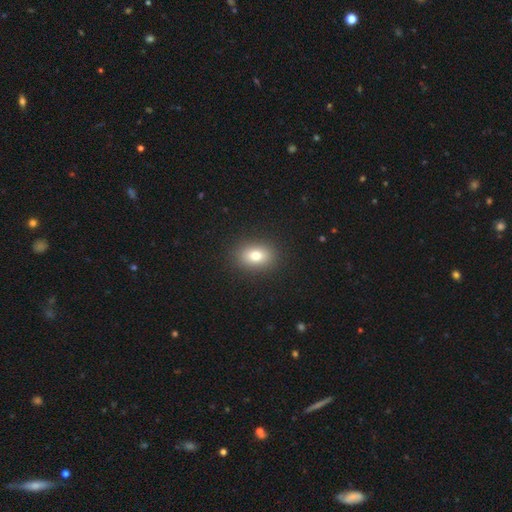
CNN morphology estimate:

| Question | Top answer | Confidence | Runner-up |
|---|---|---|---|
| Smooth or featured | smooth | 77% | star or artifact (12%) |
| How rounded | in between | 67% | round (32%) |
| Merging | none | 89% | minor disturbance (7%) |